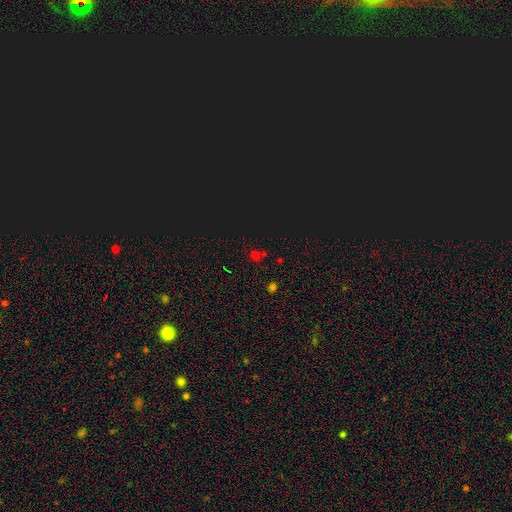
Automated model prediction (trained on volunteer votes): A star or artifact, not a galaxy (57%).

Vote fractions:
- Smooth or featured? star or artifact: 57% / smooth: 37% / featured or disk: 7%